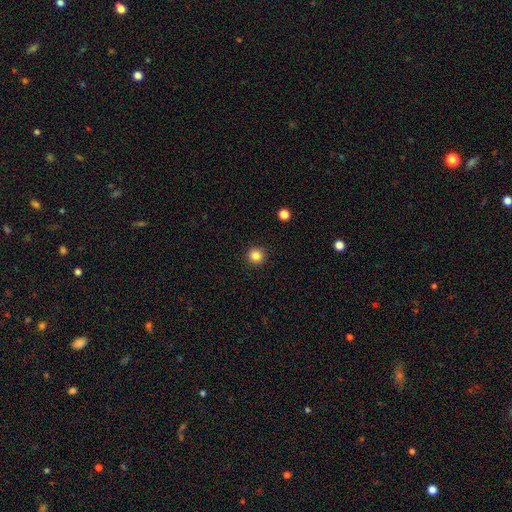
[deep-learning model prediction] Smooth or featured? smooth (85%)
How rounded? round (94%)
Merging? none (93%)